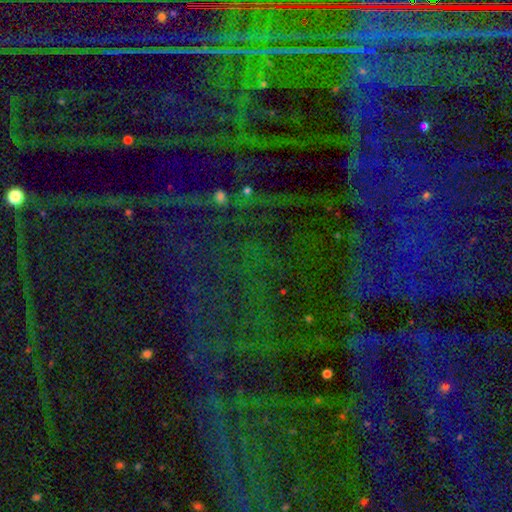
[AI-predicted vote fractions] Smooth or featured? Predicted: star or artifact (p=0.78).